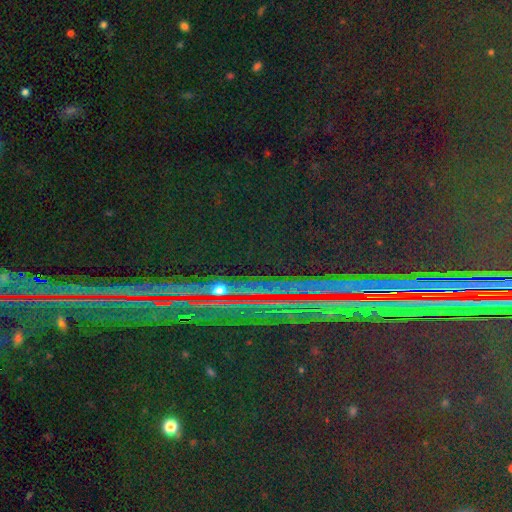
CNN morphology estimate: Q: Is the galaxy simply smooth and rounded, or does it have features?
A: star or artifact — 87%.